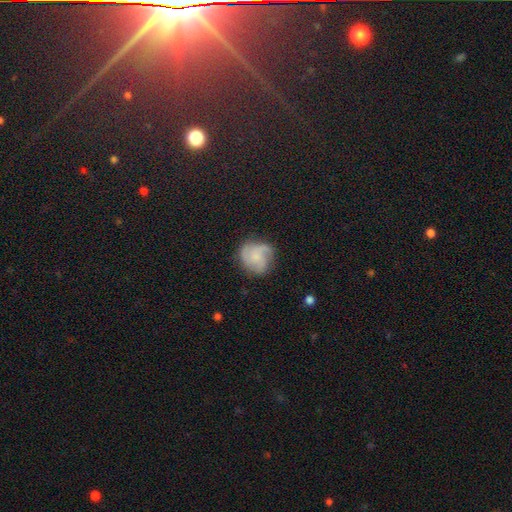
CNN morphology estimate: A featured or disk galaxy (61%) with no bar (76%), 3 (58%) medium (47%) spiral arms (92%) and a small central bulge (46%). Merging: none (67%).